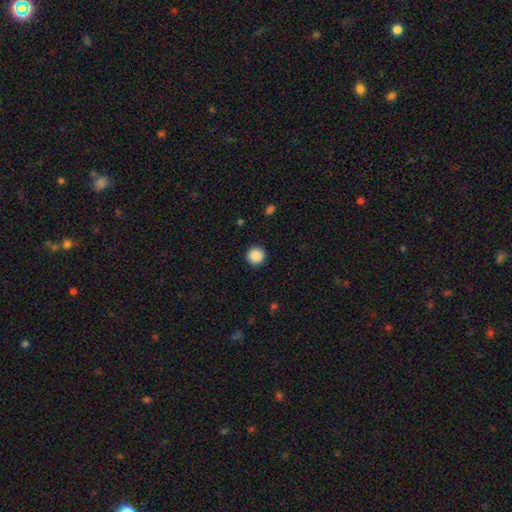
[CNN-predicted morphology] Smooth or featured?
  - smooth: 89% *
  - star or artifact: 9%
  - featured or disk: 2%
How rounded?
  - round: 96% *
  - in between: 3%
  - cigar-shaped: 1%
Merging?
  - none: 93% *
  - minor disturbance: 4%
  - major disturbance: 2%
  - merger: 1%